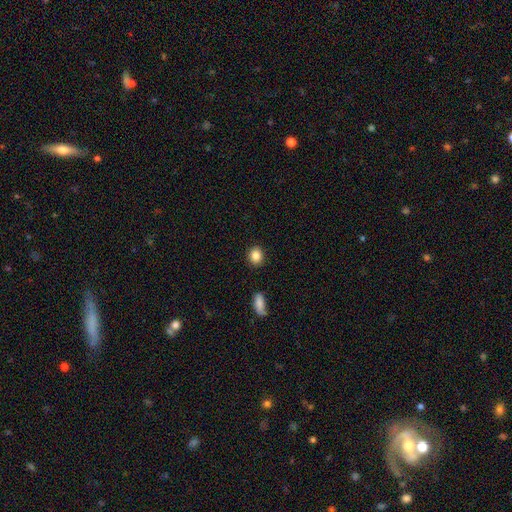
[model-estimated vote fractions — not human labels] Smooth or featured? Predicted: smooth (p=0.86). How rounded? Predicted: round (p=0.71). Merging? Predicted: none (p=0.90).